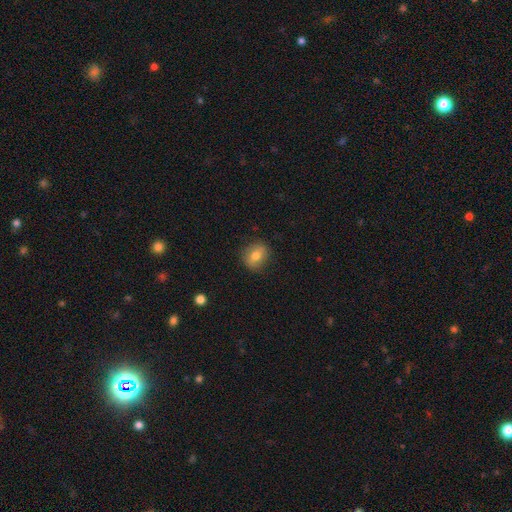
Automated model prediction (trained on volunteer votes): Smooth or featured? smooth (69%)
How rounded? round (64%)
Merging? none (82%)